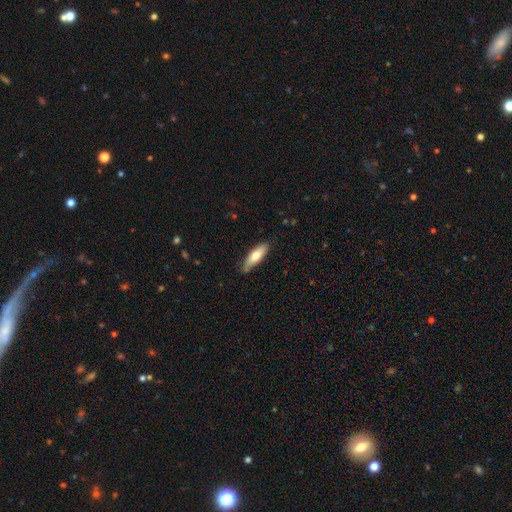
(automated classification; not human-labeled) Morphology: type=smooth (72%); roundness=in between (50%); merging=none (81%).